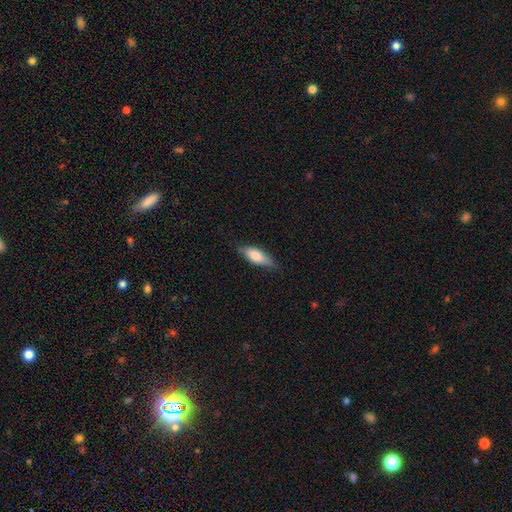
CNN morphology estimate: This is likely a smooth galaxy (75%). How rounded: likely in between (64%). Merging: likely none (72%).